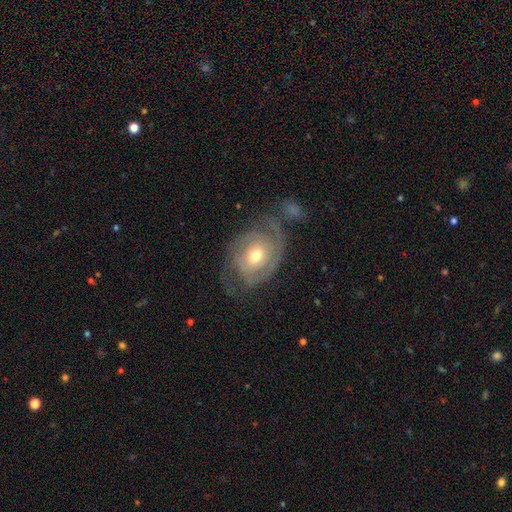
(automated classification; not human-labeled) featured or disk 75%, smooth 19%, star or artifact 6%. Down the decision tree: edge-on disk — no (96%); bar — no (73%); spiral arms — yes (85%); spiral arm count — 2 (46%); spiral winding — tight (56%); bulge size — moderate (63%); merging — none (51%).